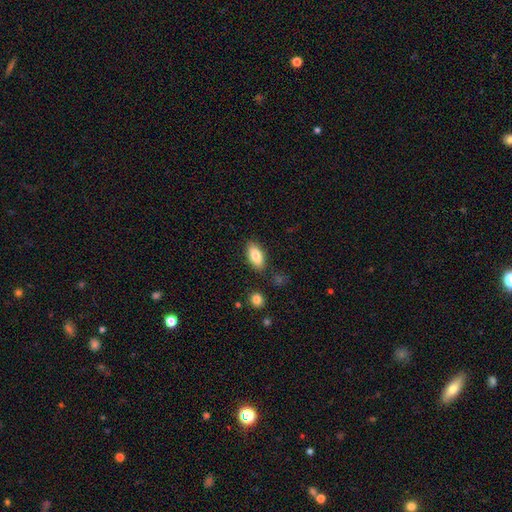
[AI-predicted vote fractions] Smooth or featured? smooth (83%)
How rounded? in between (89%)
Merging? none (84%)